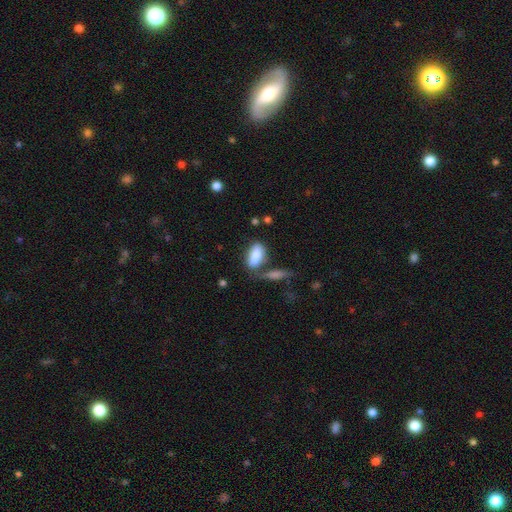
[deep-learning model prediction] smooth_or_featured: smooth (p=0.84) [alt: featured or disk p=0.08]
how_rounded: in between (p=0.86) [alt: cigar-shaped p=0.11]
merging: none (p=0.52) [alt: merger p=0.25]